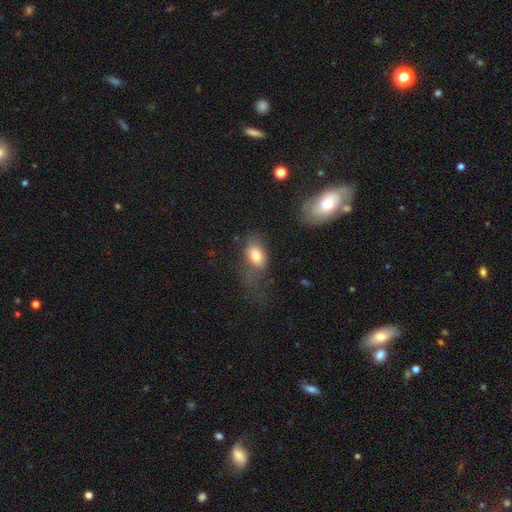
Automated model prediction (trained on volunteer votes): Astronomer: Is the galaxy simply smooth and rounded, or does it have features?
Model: smooth — 78%.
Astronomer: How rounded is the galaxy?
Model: in between — 87%.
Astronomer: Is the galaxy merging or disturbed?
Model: major disturbance — 38% (runner-up: none, 33%).